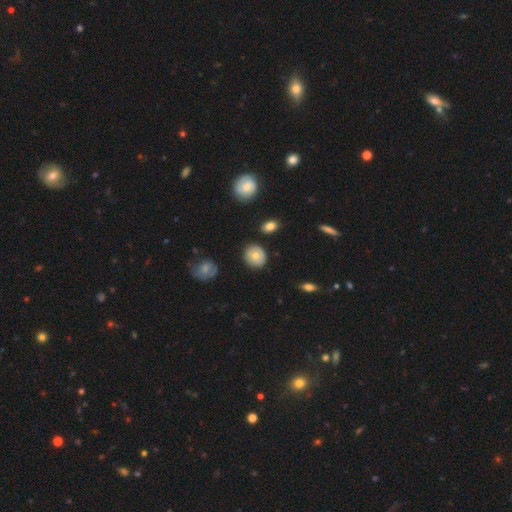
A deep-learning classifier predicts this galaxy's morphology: Overall: smooth (70%). How rounded: round (77%). Merging: none (82%).